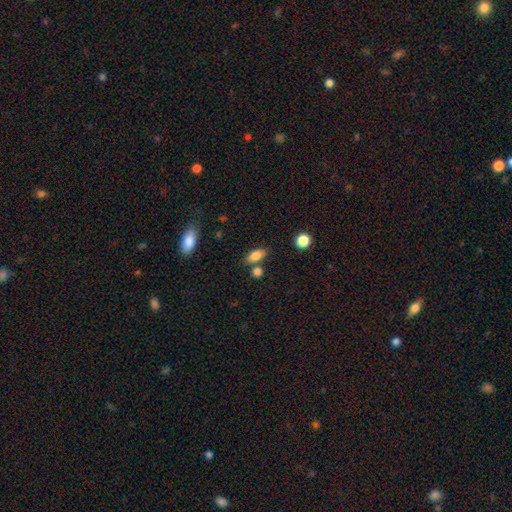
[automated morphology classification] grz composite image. It shows a smooth galaxy with no disk features (84%) that is in between round and cigar-shaped (85%). Merging: none (67%).